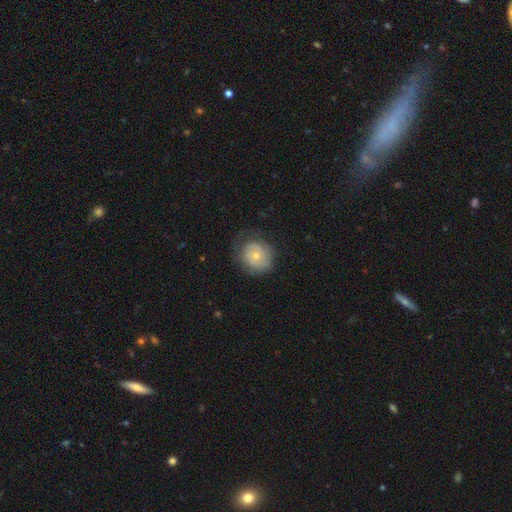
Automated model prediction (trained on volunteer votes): Q: Smooth or featured?
A: smooth (50%); runner-up: featured or disk (43%)
Q: How rounded?
A: round (82%); runner-up: in between (17%)
Q: Merging?
A: none (68%); runner-up: minor disturbance (21%)